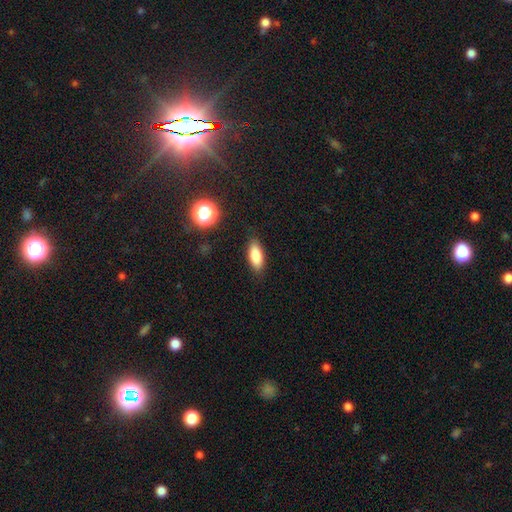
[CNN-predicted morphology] Smooth or featured?
  - smooth: 85% *
  - star or artifact: 8%
  - featured or disk: 7%
How rounded?
  - in between: 80% *
  - cigar-shaped: 17%
  - round: 3%
Merging?
  - none: 86% *
  - minor disturbance: 10%
  - major disturbance: 3%
  - merger: 1%